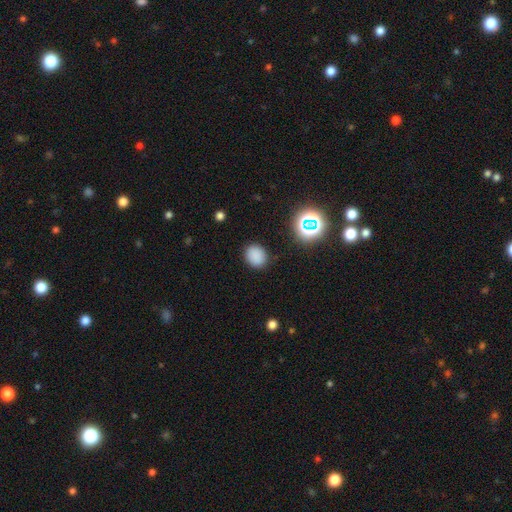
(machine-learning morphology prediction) A smooth galaxy with no disk features (81%) that is round (68%). Merging: none (87%).